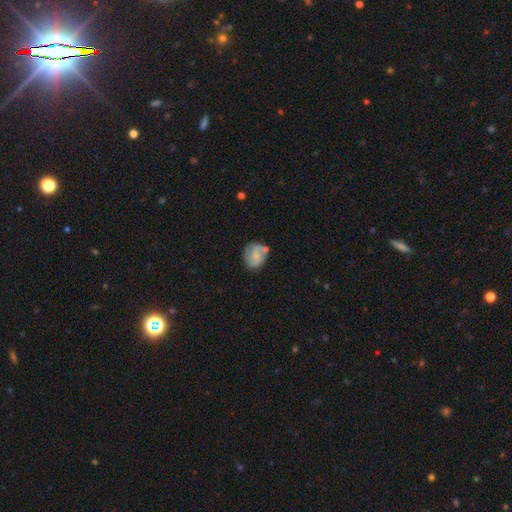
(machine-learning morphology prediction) A featured or disk galaxy (58%) with no bar (58%), spiral arms (87%) and a small central bulge (43%). Merging: none (61%).